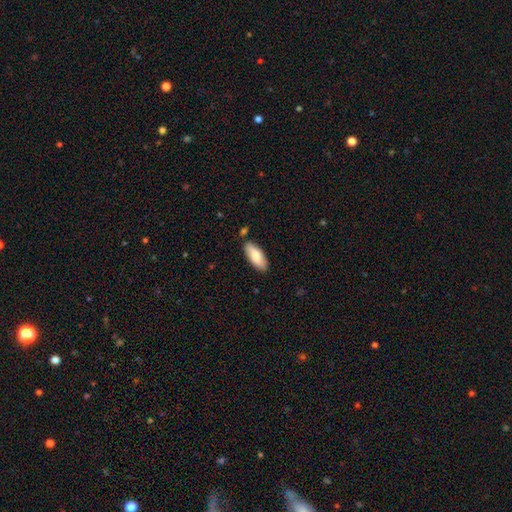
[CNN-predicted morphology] This is likely a smooth galaxy (80%). How rounded: clearly in between (82%). Merging: clearly none (85%).